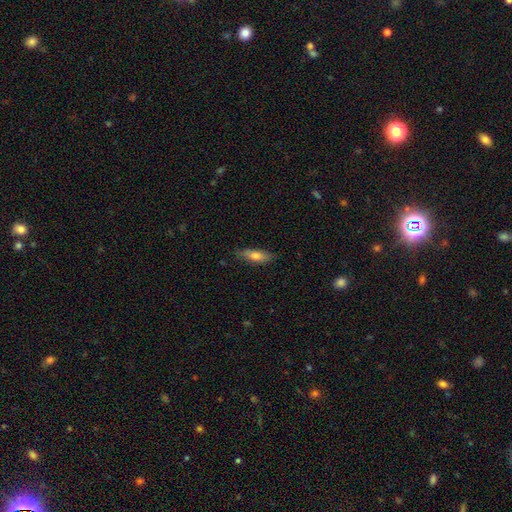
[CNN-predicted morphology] Smooth or featured?
  - smooth: 70% *
  - featured or disk: 24%
  - star or artifact: 6%
How rounded?
  - in between: 52% *
  - cigar-shaped: 46%
  - round: 3%
Merging?
  - none: 80% *
  - minor disturbance: 16%
  - major disturbance: 3%
  - merger: 1%